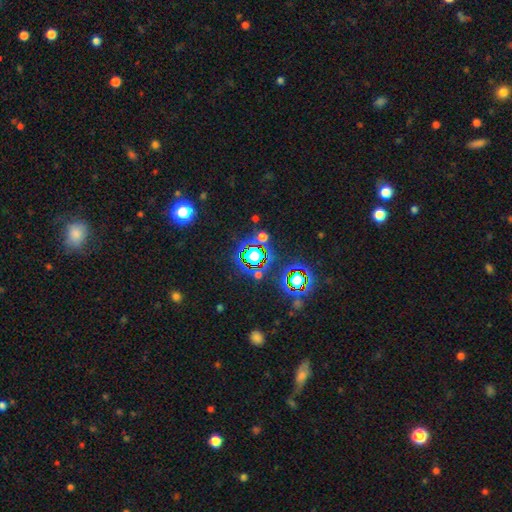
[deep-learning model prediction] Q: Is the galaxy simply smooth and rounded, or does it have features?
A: star or artifact — 79%.